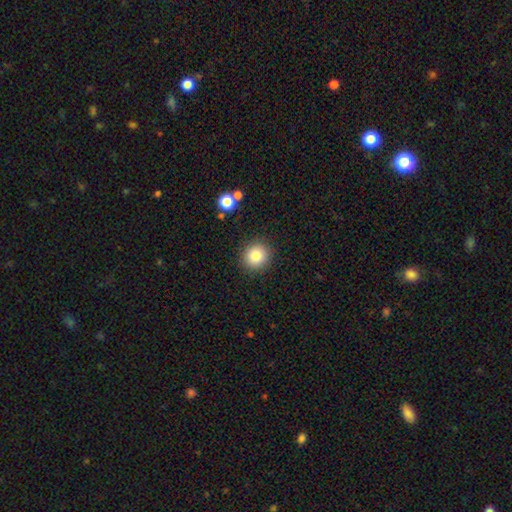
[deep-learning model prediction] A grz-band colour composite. It shows a smooth galaxy with no disk features (83%) that is round (87%). Merging: none (89%).